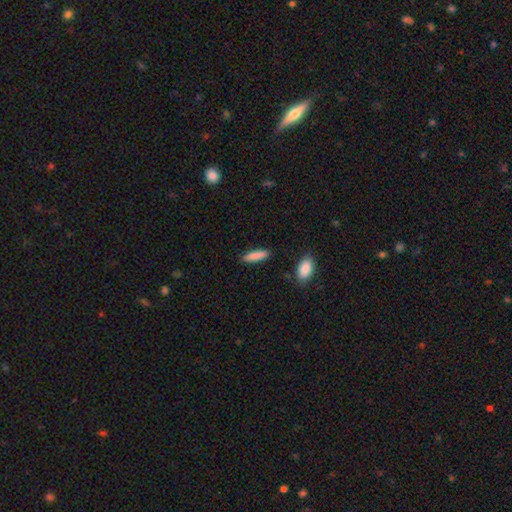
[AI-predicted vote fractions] Smooth or featured: smooth — 86% (featured or disk — 7%)
How rounded: cigar-shaped — 70% (in between — 28%)
Merging: none — 88% (minor disturbance — 8%)